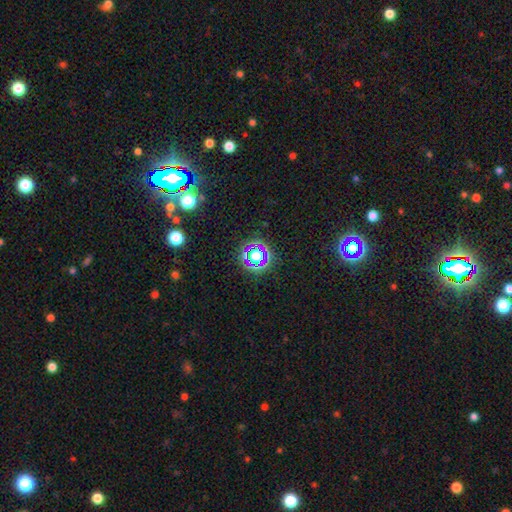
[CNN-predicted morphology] Smooth or featured?
  - star or artifact: 58% *
  - smooth: 30%
  - featured or disk: 12%